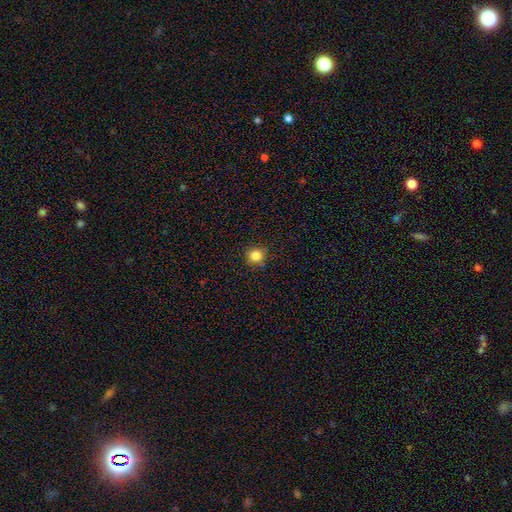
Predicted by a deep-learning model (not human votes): A smooth galaxy with no disk features (82%) that is round (88%).

Vote fractions:
- Smooth or featured? smooth: 82% / star or artifact: 13% / featured or disk: 5%
- How rounded? round: 88% / in between: 11% / cigar-shaped: 1%
- Merging? none: 86% / minor disturbance: 10% / major disturbance: 2% / merger: 2%